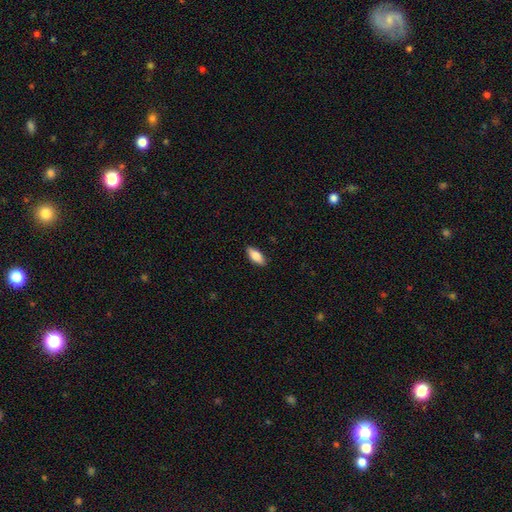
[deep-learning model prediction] The model was most divided on "how rounded": in between: 81%, cigar-shaped: 17%, round: 2%. More confident: merging — none (88%); smooth or featured — smooth (82%).